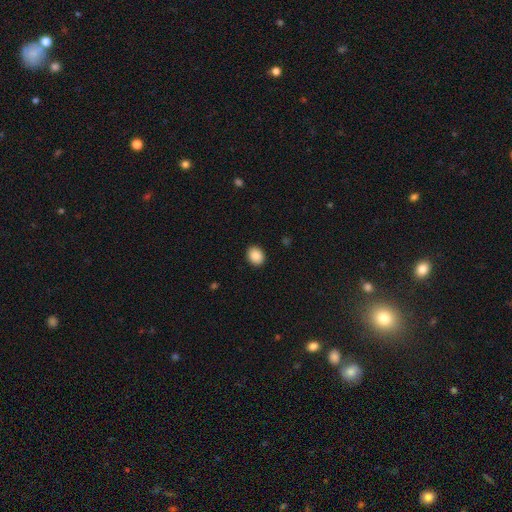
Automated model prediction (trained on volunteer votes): Smooth or featured? smooth (89%)
How rounded? in between (52%)
Merging? none (90%)